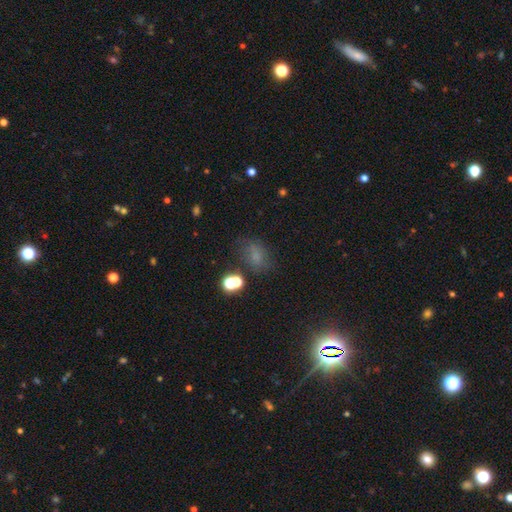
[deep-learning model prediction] Smooth or featured? Predicted: smooth (p=0.60). How rounded? Predicted: in between (p=0.67). Merging? Predicted: none (p=0.57).